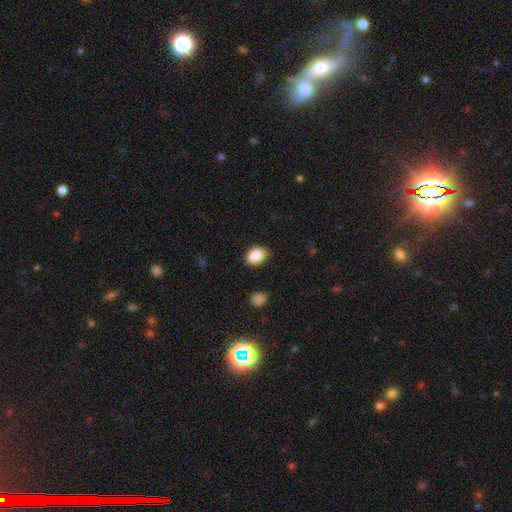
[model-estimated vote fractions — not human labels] Smooth or featured?
  - smooth: 88% *
  - star or artifact: 8%
  - featured or disk: 4%
How rounded?
  - in between: 75% *
  - round: 24%
  - cigar-shaped: 1%
Merging?
  - none: 81% *
  - minor disturbance: 15%
  - major disturbance: 3%
  - merger: 1%